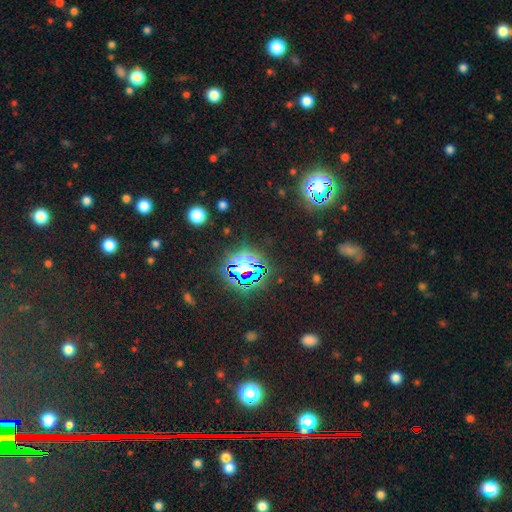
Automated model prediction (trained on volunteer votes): Smooth or featured?
  - star or artifact: 79% *
  - smooth: 13%
  - featured or disk: 8%